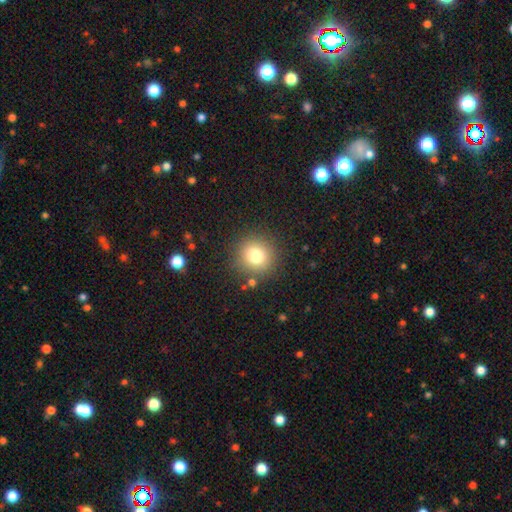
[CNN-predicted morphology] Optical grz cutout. It shows a smooth galaxy with no disk features (77%) that is round (91%). Merging: none (86%).